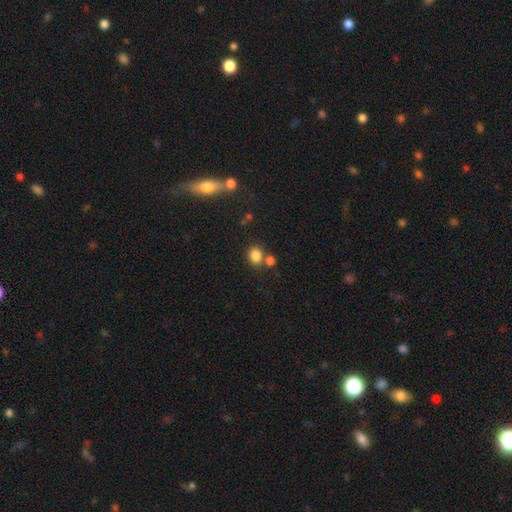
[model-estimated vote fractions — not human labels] Smooth or featured? smooth (83%)
How rounded? round (60%)
Merging? none (63%)